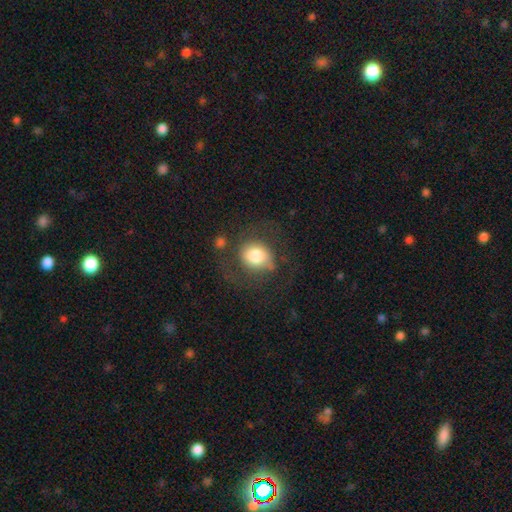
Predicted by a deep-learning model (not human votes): smooth 71%, featured or disk 21%, star or artifact 9%. Down the decision tree: how rounded — round (76%); merging — none (57%).